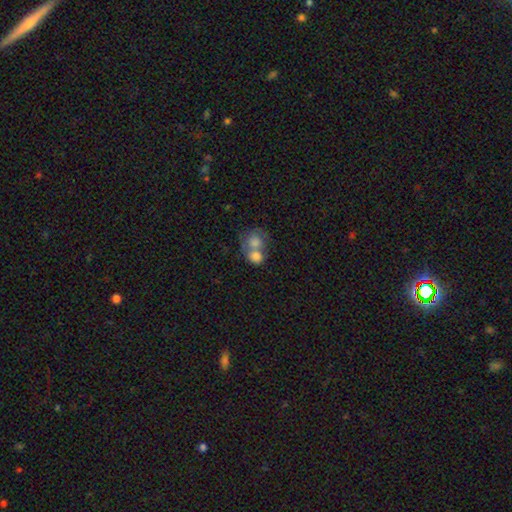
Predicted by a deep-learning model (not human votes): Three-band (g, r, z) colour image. It shows a smooth galaxy with no disk features (76%) that is round (65%). Merging: merger (66%).